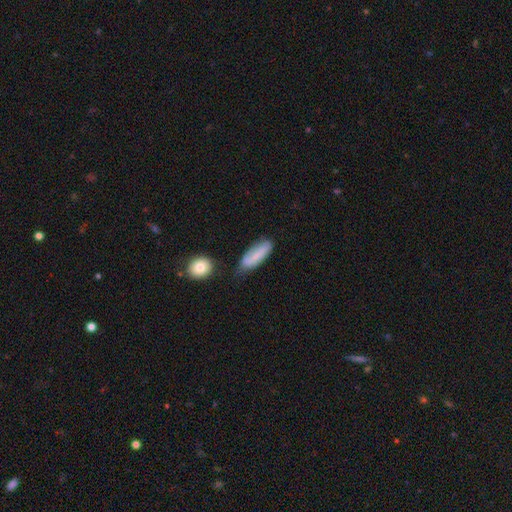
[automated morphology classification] This appears to be a smooth galaxy with no disk features (70%) that is in between round and cigar-shaped (54%). Merging: none (61%).